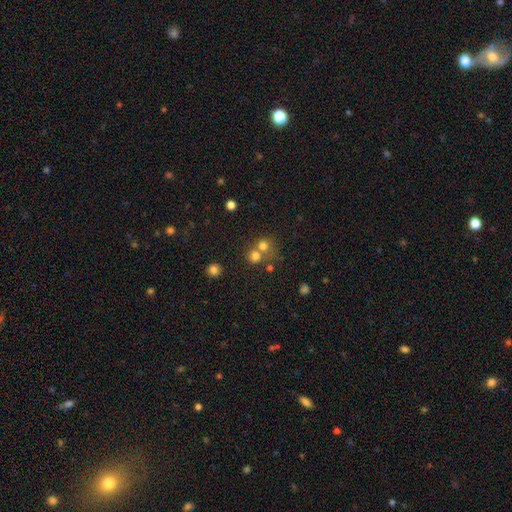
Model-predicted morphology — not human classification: Smooth or featured: smooth — 72% (star or artifact — 17%)
How rounded: round — 85% (in between — 14%)
Merging: none — 47% (merger — 43%)